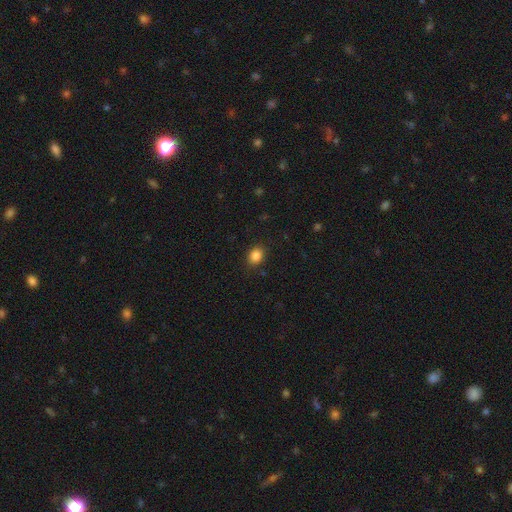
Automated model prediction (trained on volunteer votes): A smooth galaxy with no disk features (85%) that is in between round and cigar-shaped (51%). Merging: none (86%).